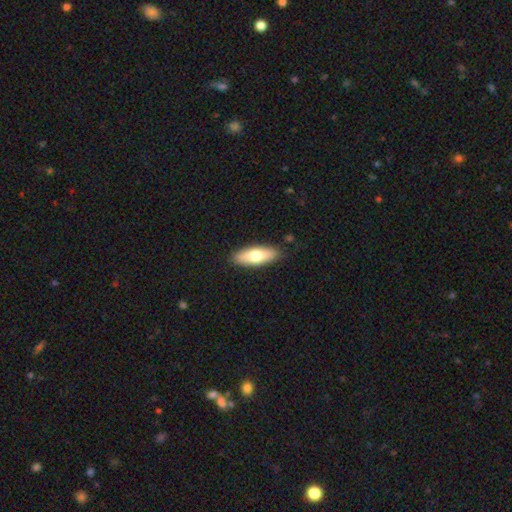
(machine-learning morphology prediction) Smooth or featured: smooth — 70% (featured or disk — 24%)
How rounded: in between — 65% (cigar-shaped — 33%)
Merging: none — 87% (minor disturbance — 10%)